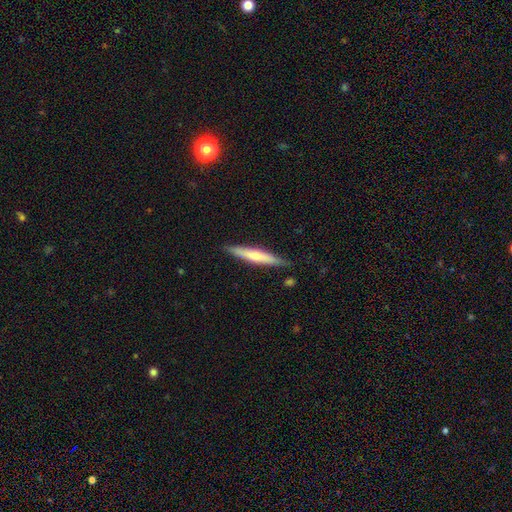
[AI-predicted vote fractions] The model was most divided on "smooth or featured": smooth: 55%, featured or disk: 39%, star or artifact: 6%. More confident: how rounded — cigar-shaped (92%); merging — none (85%).